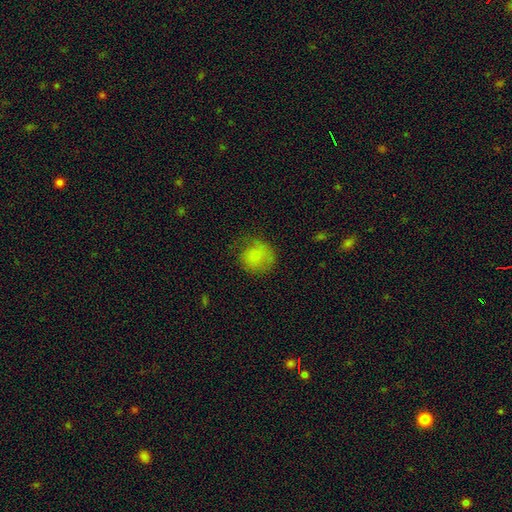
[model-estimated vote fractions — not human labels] Smooth or featured? smooth (77%)
How rounded? round (83%)
Merging? none (59%)